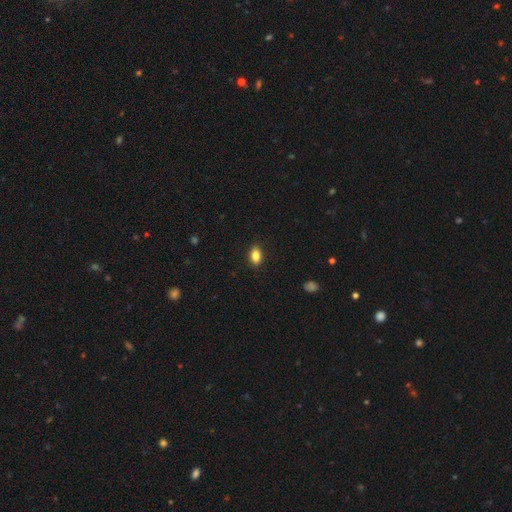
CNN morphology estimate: type=smooth (85%); roundness=in between (86%); merging=none (88%).